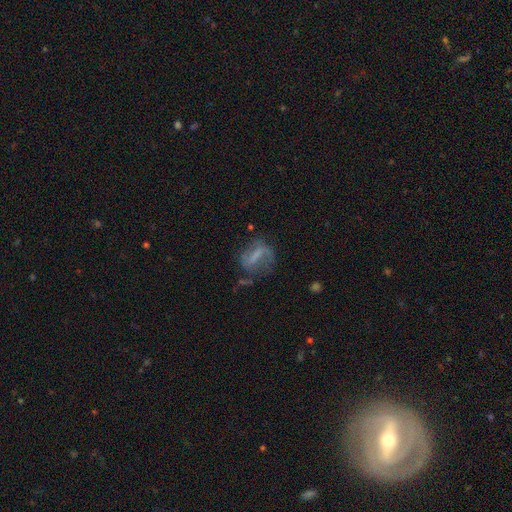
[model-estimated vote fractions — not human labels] Smooth or featured: featured or disk — 54% (smooth — 34%)
Edge-on disk: no — 92% (yes — 8%)
Merging: none — 46% (major disturbance — 26%)